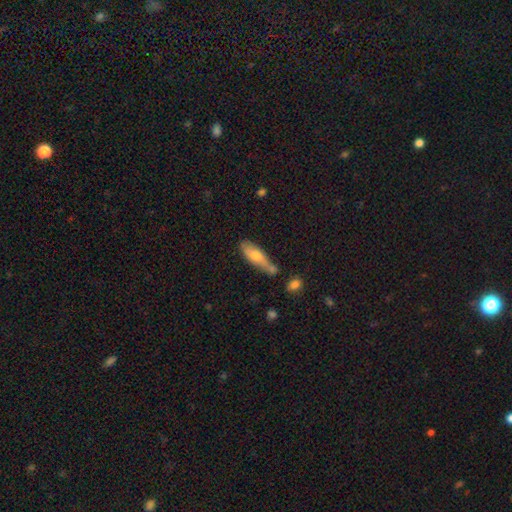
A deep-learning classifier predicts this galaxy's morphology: This appears to be a smooth galaxy with no disk features (65%) that is cigar-shaped (49%). Merging: none (54%).